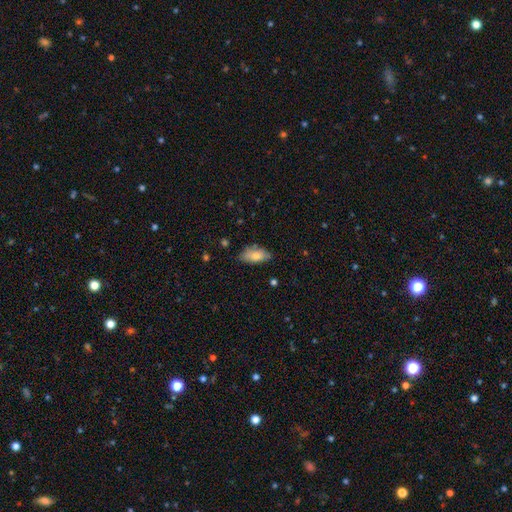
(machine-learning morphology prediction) Smooth or featured? Predicted: smooth (p=0.77). How rounded? Predicted: in between (p=0.88). Merging? Predicted: none (p=0.77).